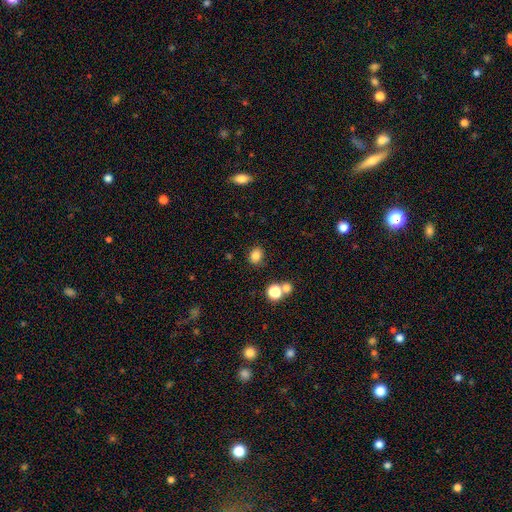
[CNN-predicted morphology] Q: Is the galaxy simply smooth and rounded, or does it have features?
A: smooth — 82%.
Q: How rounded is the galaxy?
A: round — 57%.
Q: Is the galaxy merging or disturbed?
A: none — 82%.